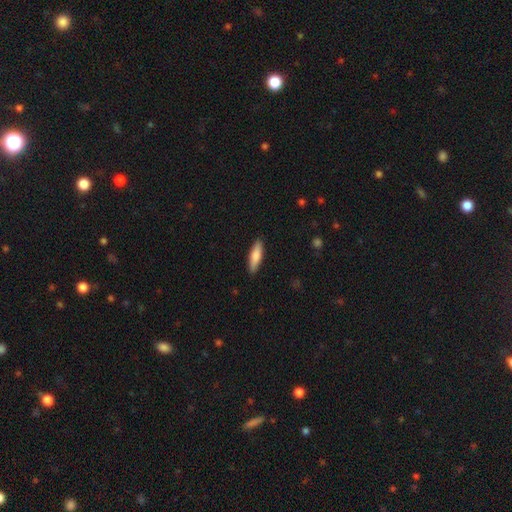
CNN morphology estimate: A smooth galaxy with no disk features (80%) that is cigar-shaped (63%). Merging: none (89%).